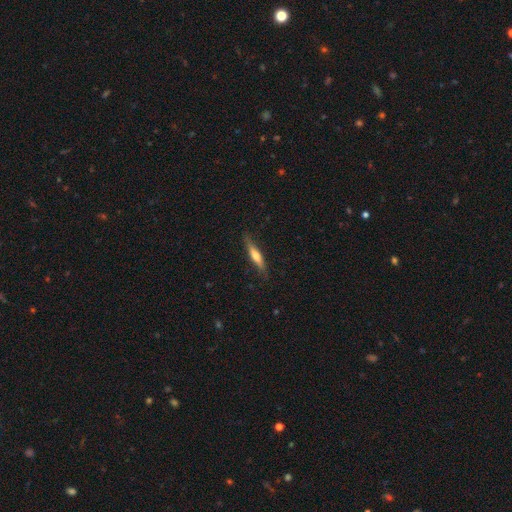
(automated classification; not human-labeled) Smooth or featured? smooth (49%)
Merging? none (80%)